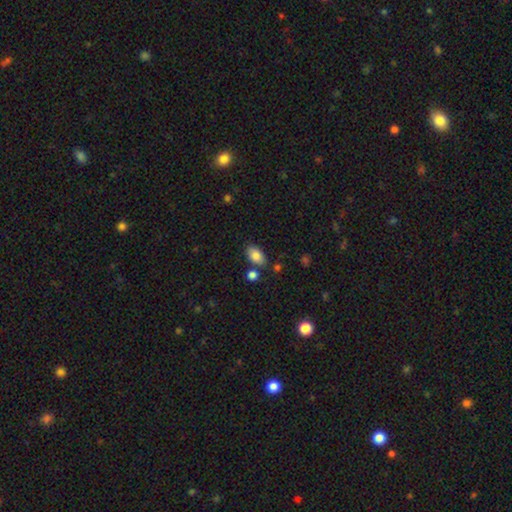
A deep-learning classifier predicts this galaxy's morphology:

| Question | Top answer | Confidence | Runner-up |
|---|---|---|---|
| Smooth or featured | smooth | 84% | featured or disk (8%) |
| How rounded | in between | 92% | round (6%) |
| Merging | none | 77% | minor disturbance (12%) |